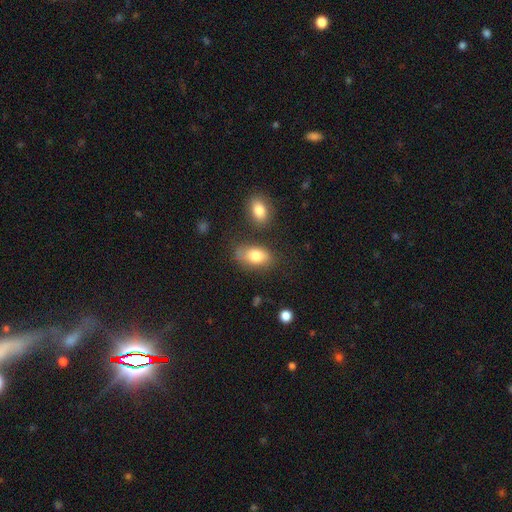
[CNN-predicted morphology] This appears to be a smooth galaxy with no disk features (80%) that is in between round and cigar-shaped (90%). Merging: none (68%).